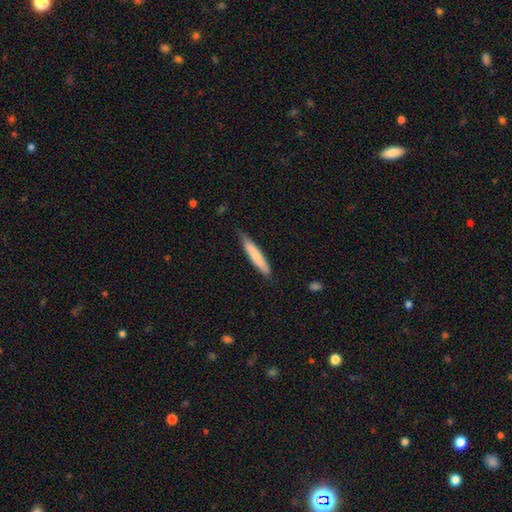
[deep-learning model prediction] The model was most divided on "smooth or featured": smooth: 76%, featured or disk: 19%, star or artifact: 5%. More confident: how rounded — cigar-shaped (93%); merging — none (82%).